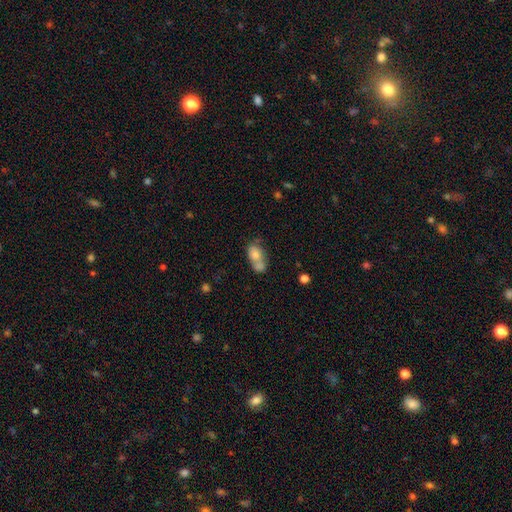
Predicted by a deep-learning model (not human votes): The model was most divided on "merging": merger: 60%, none: 25%, minor disturbance: 10%, major disturbance: 5%. More confident: how rounded — in between (75%); smooth or featured — smooth (75%).